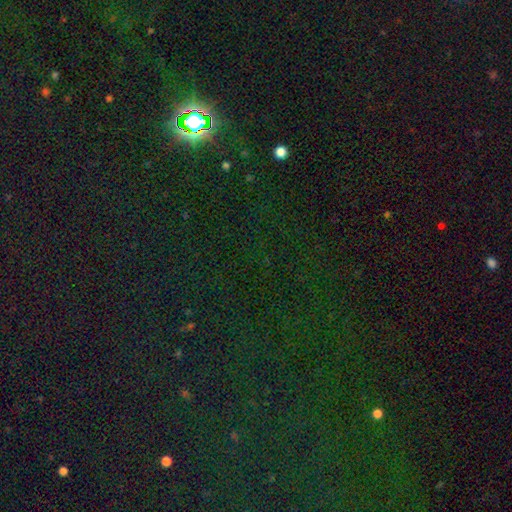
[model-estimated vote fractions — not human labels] The model was most divided on "smooth or featured": star or artifact: 83%, smooth: 11%, featured or disk: 6%.